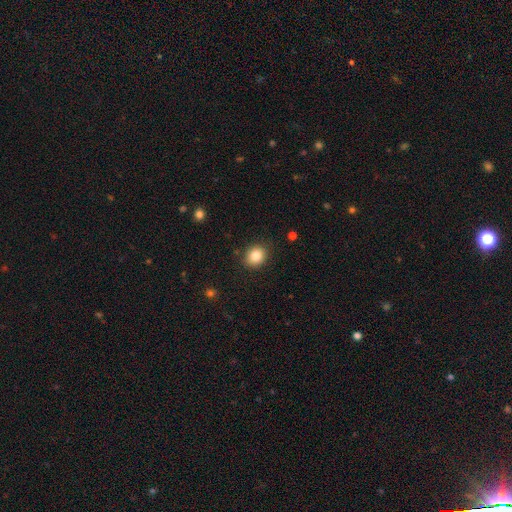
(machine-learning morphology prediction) smooth_or_featured: smooth (p=0.84) [alt: star or artifact p=0.10]
how_rounded: round (p=0.63) [alt: in between p=0.36]
merging: none (p=0.88) [alt: minor disturbance p=0.09]